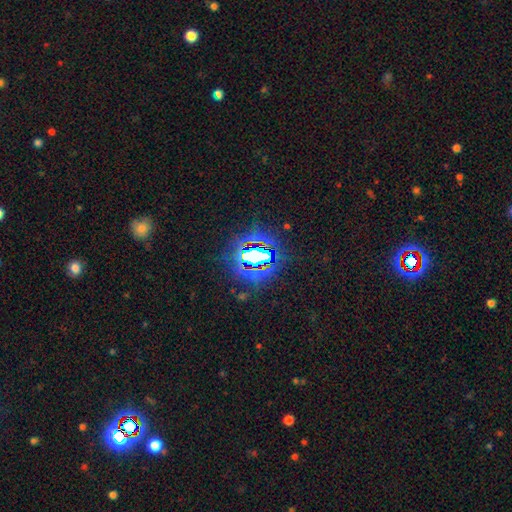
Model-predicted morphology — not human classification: Smooth or featured? Predicted: star or artifact (p=0.74).